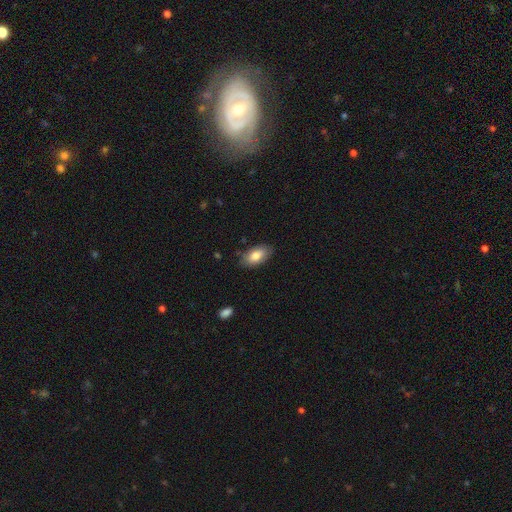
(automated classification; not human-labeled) Q: Smooth or featured?
A: smooth (79%); runner-up: featured or disk (15%)
Q: How rounded?
A: in between (93%); runner-up: round (4%)
Q: Merging?
A: none (82%); runner-up: minor disturbance (14%)